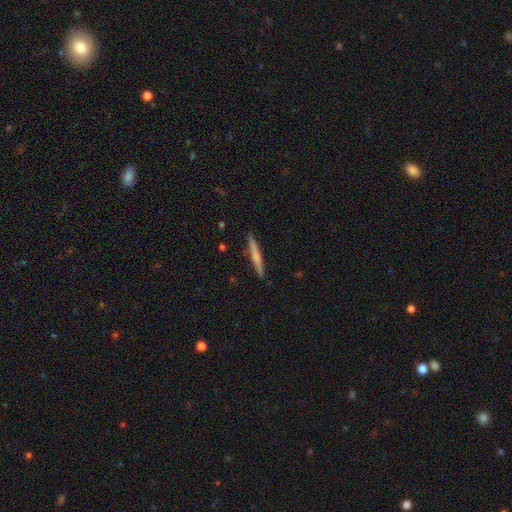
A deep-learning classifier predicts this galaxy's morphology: This is possibly a smooth galaxy (54%). How rounded: clearly cigar-shaped (96%). Merging: clearly none (91%).